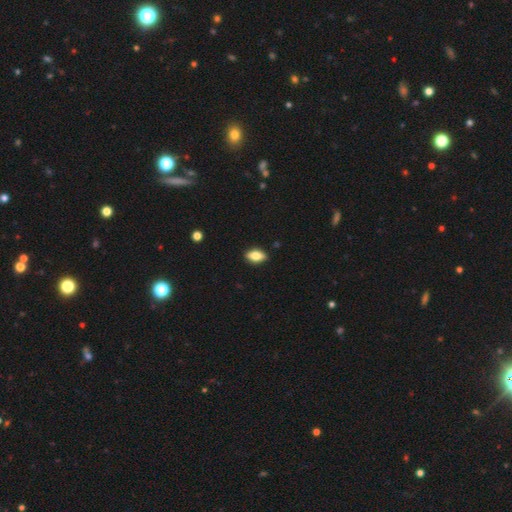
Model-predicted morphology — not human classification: This is likely a smooth galaxy (74%). How rounded: clearly in between (87%). Merging: clearly none (88%).